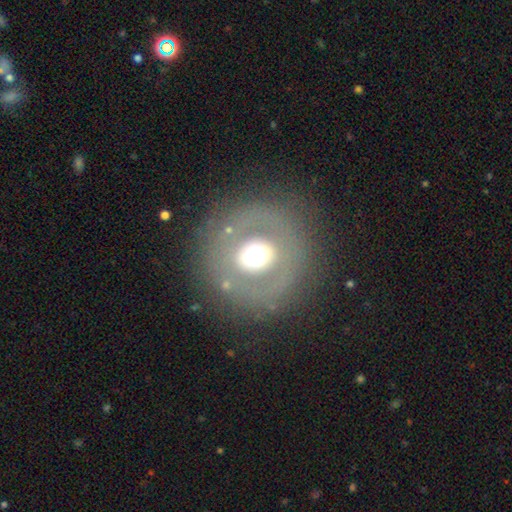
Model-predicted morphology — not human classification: The model was most divided on "smooth or featured": smooth: 48%, featured or disk: 37%, star or artifact: 15%. More confident: merging — none (82%).